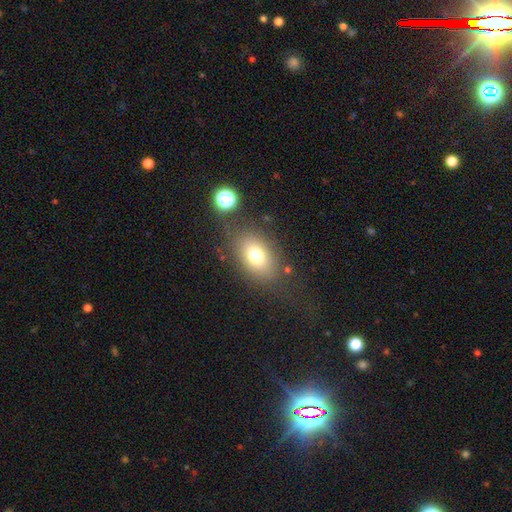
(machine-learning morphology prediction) type=smooth (74%); roundness=in between (77%); merging=none (76%).